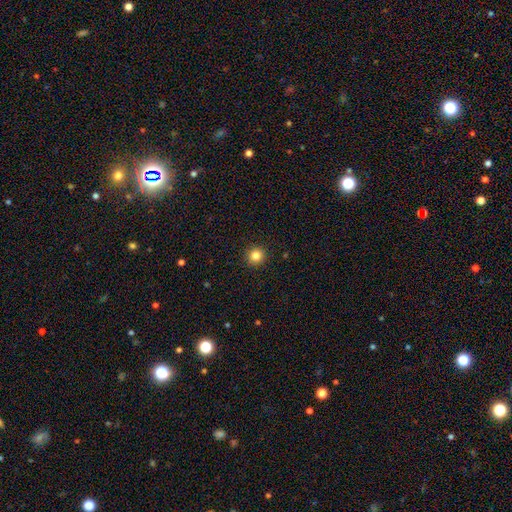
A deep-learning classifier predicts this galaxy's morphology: The model was most divided on "smooth or featured": smooth: 84%, star or artifact: 11%, featured or disk: 5%. More confident: how rounded — round (95%); merging — none (93%).